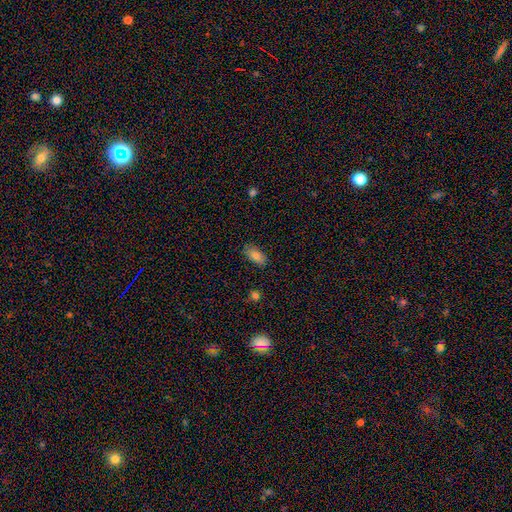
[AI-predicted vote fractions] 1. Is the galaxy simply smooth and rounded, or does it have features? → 81% smooth, 10% featured or disk, 9% star or artifact.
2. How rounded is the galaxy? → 90% in between, 6% cigar-shaped, 4% round.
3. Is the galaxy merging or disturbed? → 83% none, 13% minor disturbance, 2% major disturbance, 1% merger.